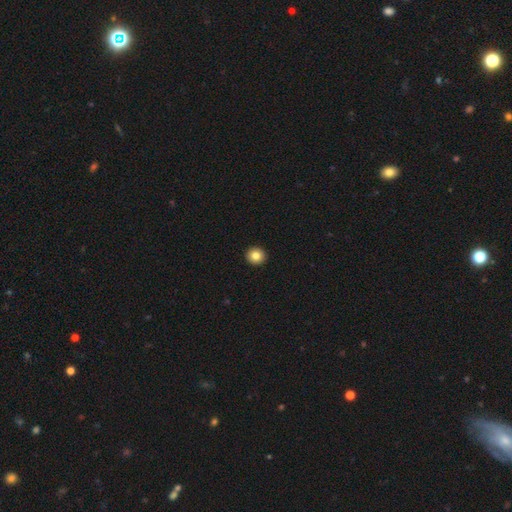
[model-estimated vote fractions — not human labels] Smooth or featured: smooth — 83% (star or artifact — 9%)
How rounded: round — 90% (in between — 9%)
Merging: none — 94% (minor disturbance — 4%)